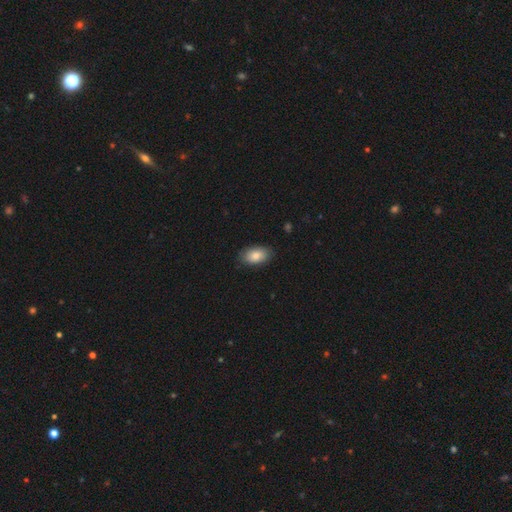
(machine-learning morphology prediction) A smooth galaxy with no disk features (83%) that is in between round and cigar-shaped (93%).

Vote fractions:
- Smooth or featured? smooth: 83% / featured or disk: 10% / star or artifact: 7%
- How rounded? in between: 93% / round: 6% / cigar-shaped: 2%
- Merging? none: 83% / minor disturbance: 13% / major disturbance: 2% / merger: 1%